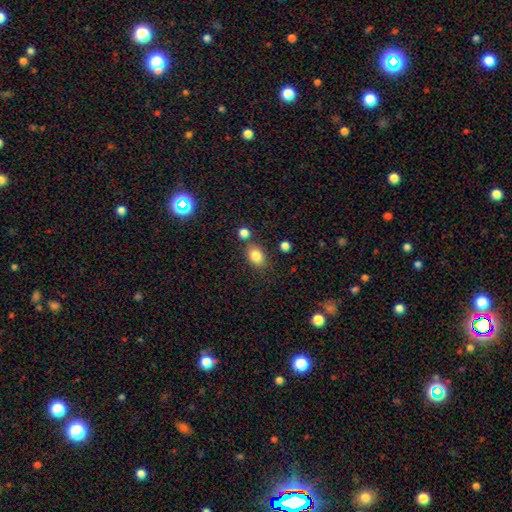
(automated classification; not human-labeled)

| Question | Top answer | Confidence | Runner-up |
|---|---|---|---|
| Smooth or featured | smooth | 83% | star or artifact (10%) |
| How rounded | in between | 70% | round (28%) |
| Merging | none | 72% | minor disturbance (13%) |